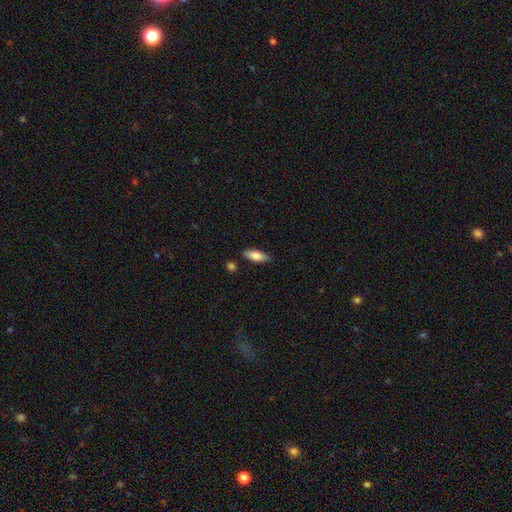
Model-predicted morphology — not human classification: A smooth galaxy with no disk features (80%) that is in between round and cigar-shaped (69%).

Vote fractions:
- Smooth or featured? smooth: 80% / featured or disk: 14% / star or artifact: 6%
- How rounded? in between: 69% / cigar-shaped: 29% / round: 2%
- Merging? none: 84% / minor disturbance: 11% / merger: 3% / major disturbance: 2%